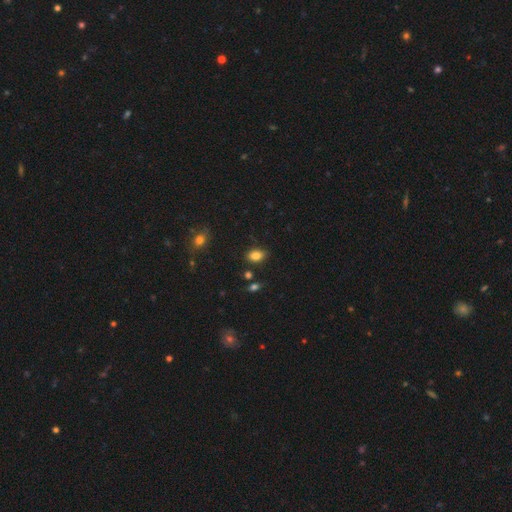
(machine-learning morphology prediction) type=smooth (83%); roundness=in between (81%); merging=none (82%).